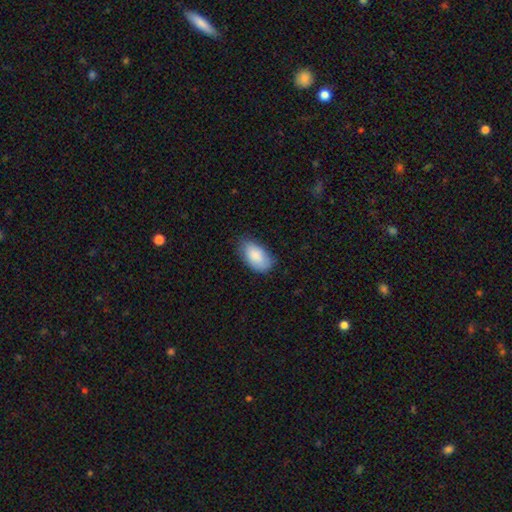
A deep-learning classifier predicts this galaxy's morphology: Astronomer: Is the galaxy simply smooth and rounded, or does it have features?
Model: smooth — 87%.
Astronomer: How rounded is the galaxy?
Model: in between — 95%.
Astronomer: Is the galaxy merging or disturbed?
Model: none — 73%.